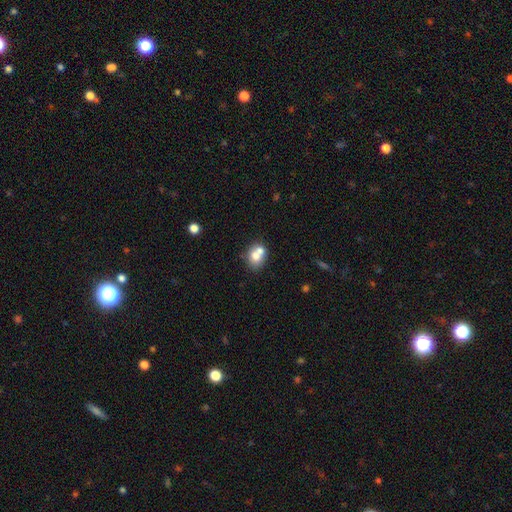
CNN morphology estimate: Smooth or featured?
  - smooth: 71% *
  - featured or disk: 19%
  - star or artifact: 10%
How rounded?
  - round: 63% *
  - in between: 36%
  - cigar-shaped: 1%
Merging?
  - merger: 50% *
  - none: 38%
  - minor disturbance: 9%
  - major disturbance: 3%